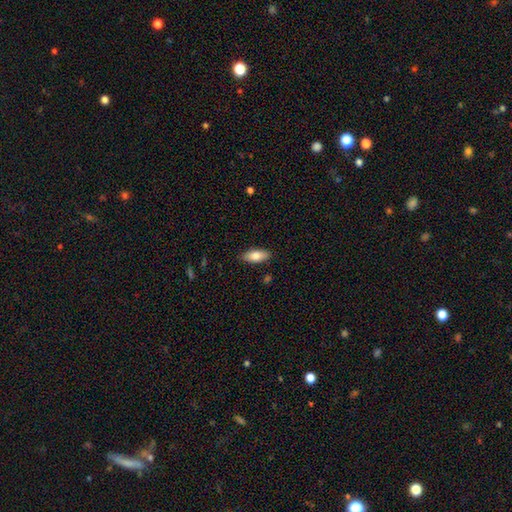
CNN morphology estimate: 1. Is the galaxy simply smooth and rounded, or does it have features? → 82% smooth, 12% featured or disk, 6% star or artifact.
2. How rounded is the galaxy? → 84% in between, 14% cigar-shaped, 2% round.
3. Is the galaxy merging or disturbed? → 87% none, 10% minor disturbance, 2% major disturbance, 1% merger.